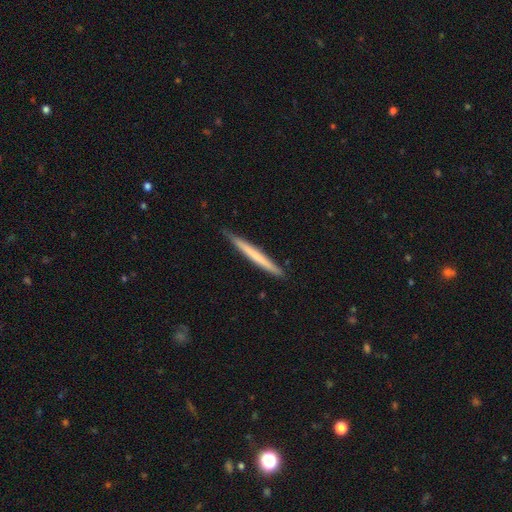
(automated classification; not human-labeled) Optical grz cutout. It shows a smooth galaxy with no disk features (56%) that is cigar-shaped (97%). Merging: none (88%).